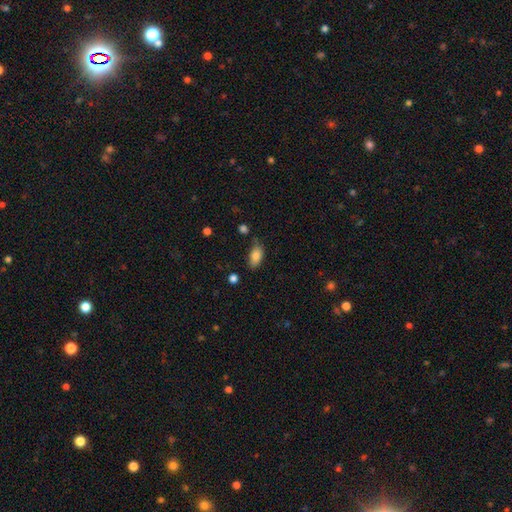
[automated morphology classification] smooth_or_featured: smooth (p=0.83) [alt: featured or disk p=0.09]
how_rounded: in between (p=0.91) [alt: cigar-shaped p=0.05]
merging: none (p=0.74) [alt: minor disturbance p=0.18]